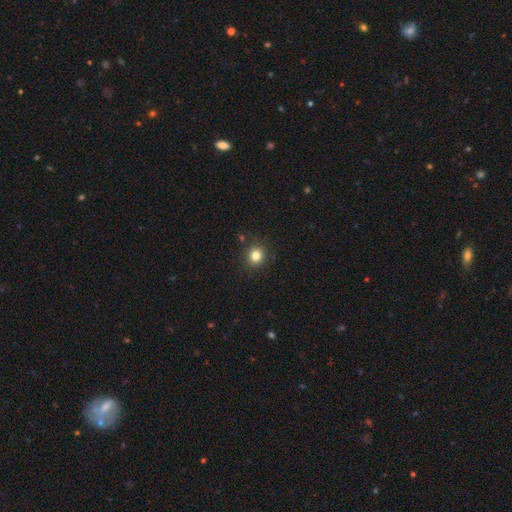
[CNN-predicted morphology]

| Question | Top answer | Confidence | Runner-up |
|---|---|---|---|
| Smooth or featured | smooth | 81% | star or artifact (13%) |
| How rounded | round | 87% | in between (12%) |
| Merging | none | 89% | minor disturbance (7%) |